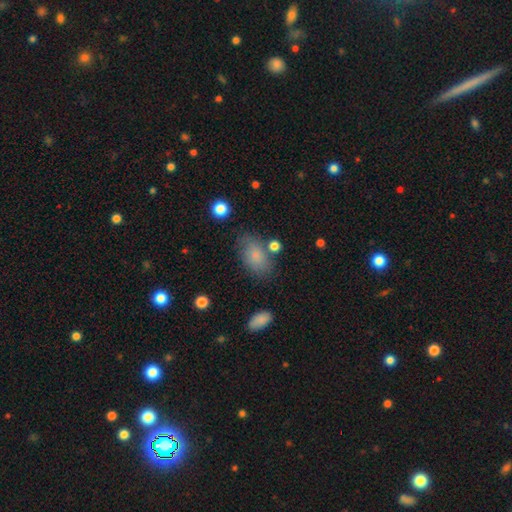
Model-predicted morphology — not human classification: smooth-or-featured: smooth: 76% | featured or disk: 15% | star or artifact: 9%
  how-rounded: in between: 89% | round: 9% | cigar-shaped: 2%
  merging: none: 70% | minor disturbance: 19% | major disturbance: 6% | merger: 6%